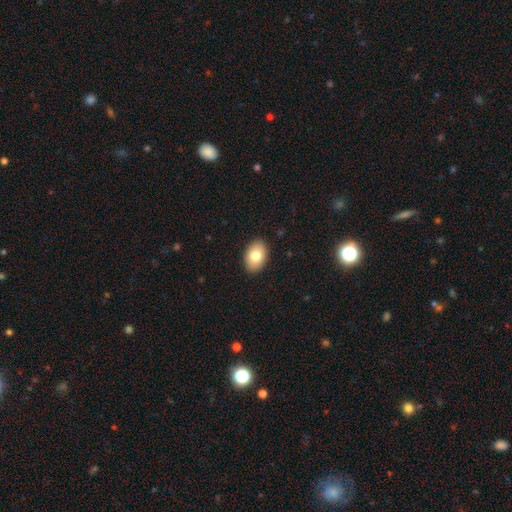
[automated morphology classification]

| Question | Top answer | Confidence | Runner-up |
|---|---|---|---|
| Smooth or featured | smooth | 79% | featured or disk (13%) |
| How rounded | in between | 88% | round (11%) |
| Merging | none | 90% | minor disturbance (7%) |